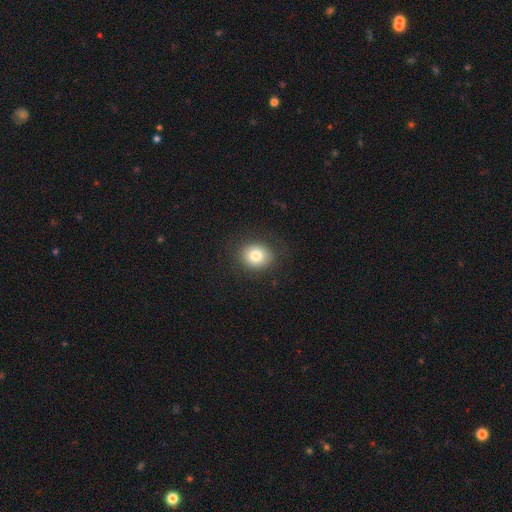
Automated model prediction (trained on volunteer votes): The model was most divided on "how rounded": round: 74%, in between: 25%, cigar-shaped: 1%. More confident: merging — none (88%); smooth or featured — smooth (81%).